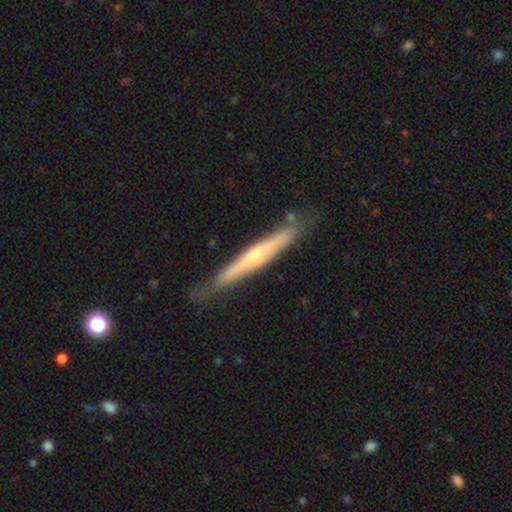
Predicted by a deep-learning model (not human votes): Q: Smooth or featured?
A: featured or disk (64%); runner-up: smooth (31%)
Q: Edge-on disk?
A: yes (94%); runner-up: no (6%)
Q: Edge-on bulge?
A: rounded (62%); runner-up: none (33%)
Q: Merging?
A: none (79%); runner-up: minor disturbance (16%)